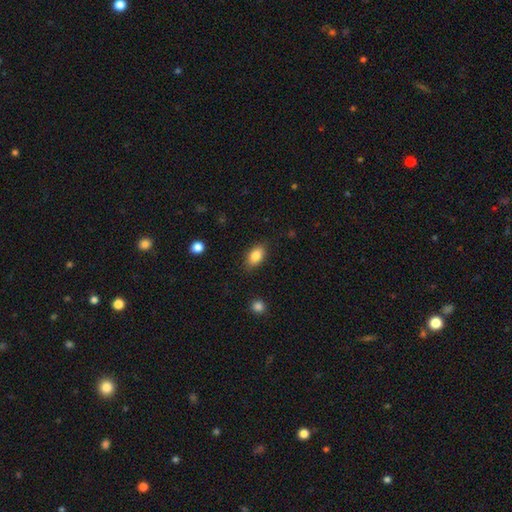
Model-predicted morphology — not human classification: Smooth or featured: smooth — 84% (featured or disk — 8%)
How rounded: in between — 88% (round — 9%)
Merging: none — 84% (minor disturbance — 12%)